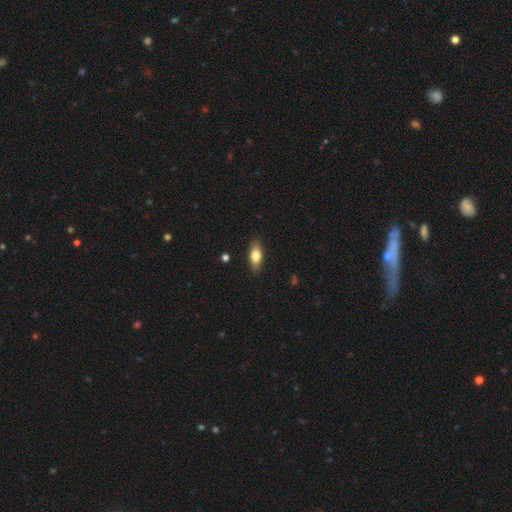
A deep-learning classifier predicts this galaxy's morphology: This appears to be a smooth galaxy with no disk features (74%) that is in between round and cigar-shaped (76%). Merging: none (87%).